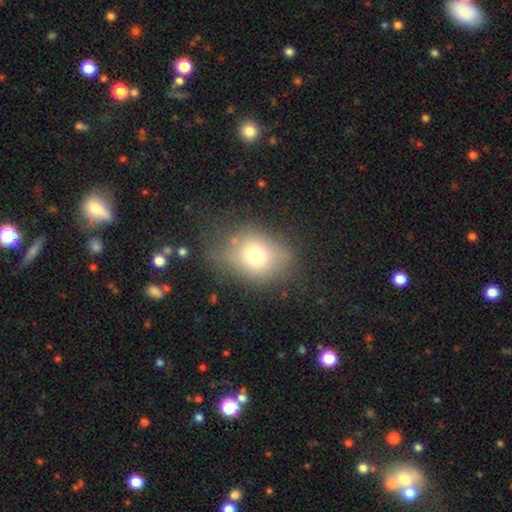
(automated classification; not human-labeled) Overall: smooth (71%). How rounded: in between (55%; round 44%). Merging: none (58%; minor disturbance 25%).